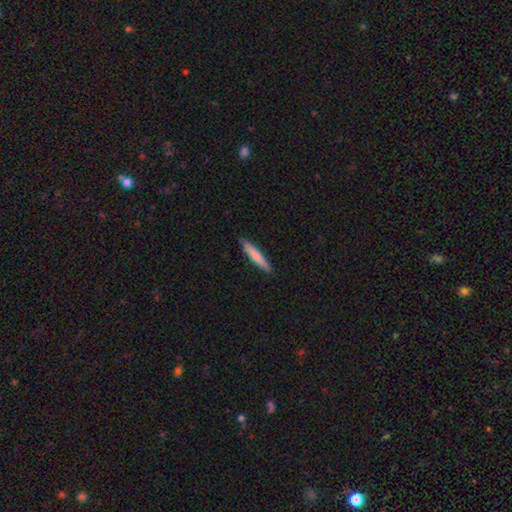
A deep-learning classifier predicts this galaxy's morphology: Smooth or featured?
  - smooth: 75% *
  - featured or disk: 20%
  - star or artifact: 5%
How rounded?
  - cigar-shaped: 92% *
  - in between: 6%
  - round: 1%
Merging?
  - none: 89% *
  - minor disturbance: 8%
  - major disturbance: 1%
  - merger: 1%